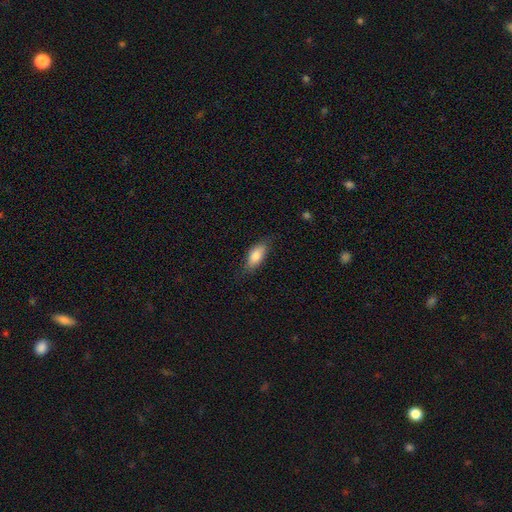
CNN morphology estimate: Smooth or featured?
  - smooth: 81% *
  - featured or disk: 13%
  - star or artifact: 6%
How rounded?
  - in between: 82% *
  - cigar-shaped: 15%
  - round: 3%
Merging?
  - none: 78% *
  - minor disturbance: 17%
  - major disturbance: 4%
  - merger: 1%